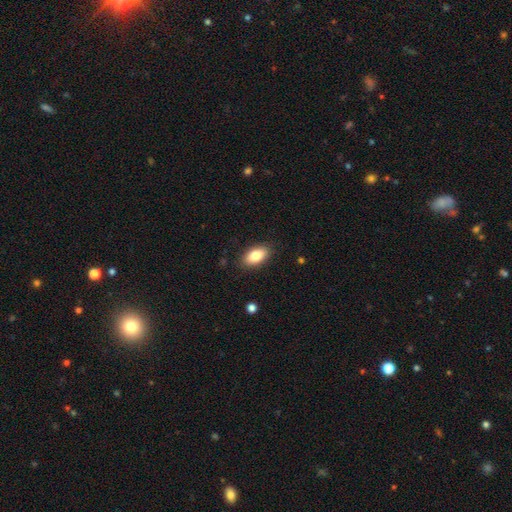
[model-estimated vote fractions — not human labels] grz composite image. It shows a smooth galaxy with no disk features (84%) that is in between round and cigar-shaped (92%). Merging: none (87%).